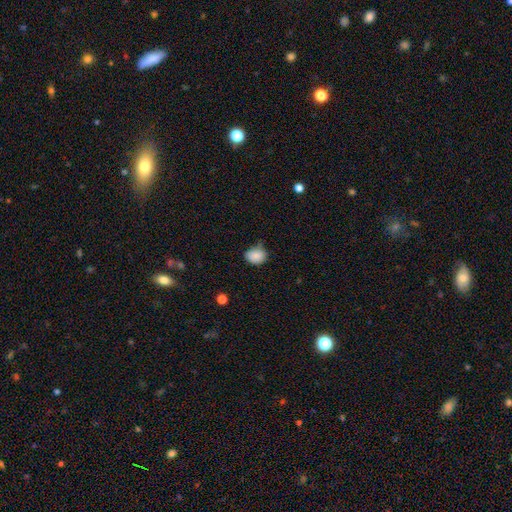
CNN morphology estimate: type=smooth (86%); roundness=round (50%); merging=none (56%).